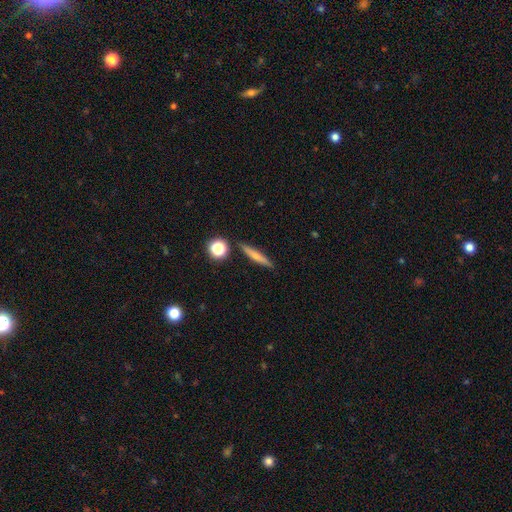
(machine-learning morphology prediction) Overall: smooth (59%; featured or disk 32%). How rounded: cigar-shaped (86%). Merging: none (85%).